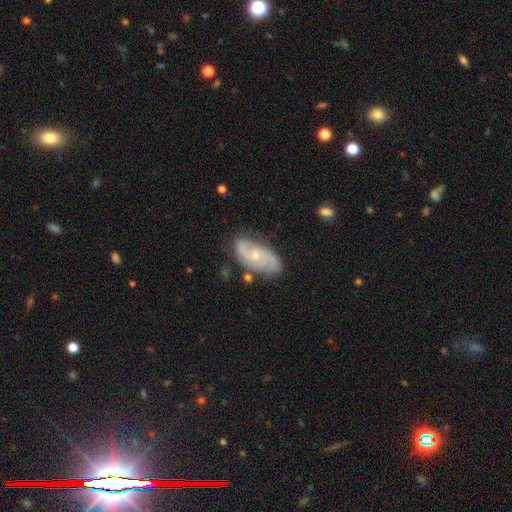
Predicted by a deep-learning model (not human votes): Q: Smooth or featured?
A: featured or disk (82%); runner-up: smooth (12%)
Q: Edge-on disk?
A: no (96%); runner-up: yes (4%)
Q: Bar?
A: no (66%); runner-up: weak (29%)
Q: Spiral arms?
A: yes (95%); runner-up: no (5%)
Q: Spiral winding?
A: medium (46%); runner-up: tight (37%)
Q: Spiral arm count?
A: 2 (57%); runner-up: 3 (21%)
Q: Bulge size?
A: small (66%); runner-up: moderate (31%)
Q: Merging?
A: none (73%); runner-up: minor disturbance (19%)